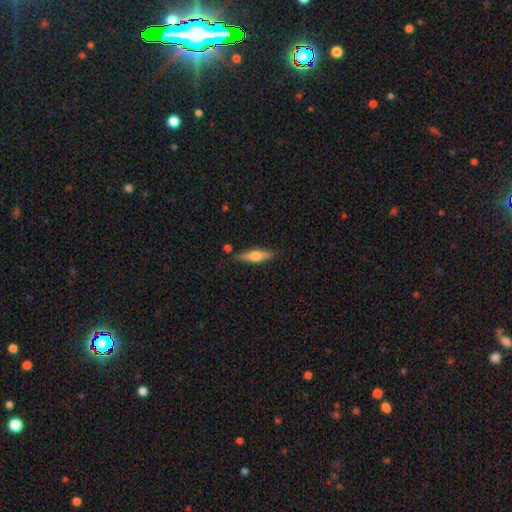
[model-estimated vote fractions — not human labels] smooth-or-featured: smooth: 52% | featured or disk: 42% | star or artifact: 6%
  how-rounded: cigar-shaped: 69% | in between: 29% | round: 2%
  merging: none: 82% | minor disturbance: 12% | merger: 3% | major disturbance: 3%